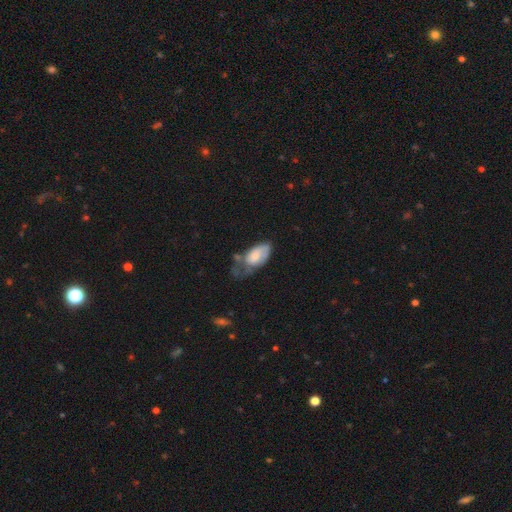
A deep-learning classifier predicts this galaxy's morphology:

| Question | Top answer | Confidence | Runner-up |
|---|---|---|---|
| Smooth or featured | smooth | 66% | featured or disk (28%) |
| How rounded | in between | 92% | round (4%) |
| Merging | major disturbance | 38% | minor disturbance (33%) |